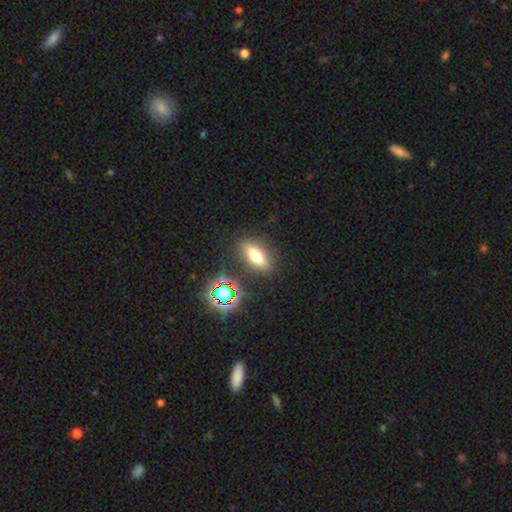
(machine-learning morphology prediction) This is possibly a smooth galaxy (56%). How rounded: likely in between (62%). Merging: clearly none (85%).